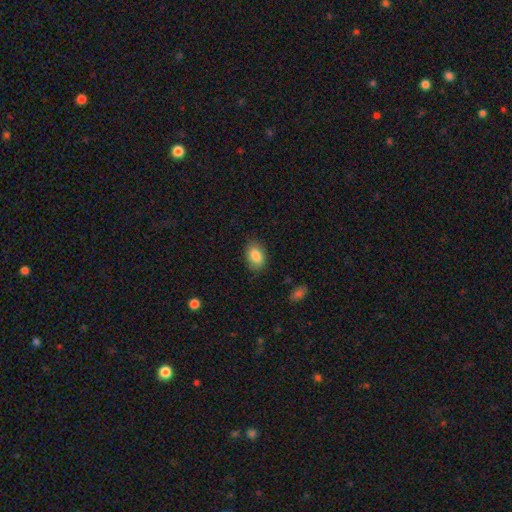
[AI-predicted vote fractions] Q: Smooth or featured?
A: smooth (85%); runner-up: star or artifact (8%)
Q: How rounded?
A: in between (85%); runner-up: round (13%)
Q: Merging?
A: none (81%); runner-up: minor disturbance (15%)